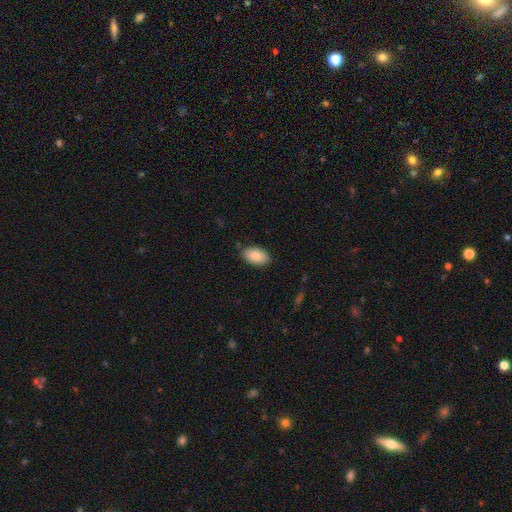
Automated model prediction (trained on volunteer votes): This appears to be a smooth galaxy with no disk features (85%) that is in between round and cigar-shaped (94%). Merging: none (82%).